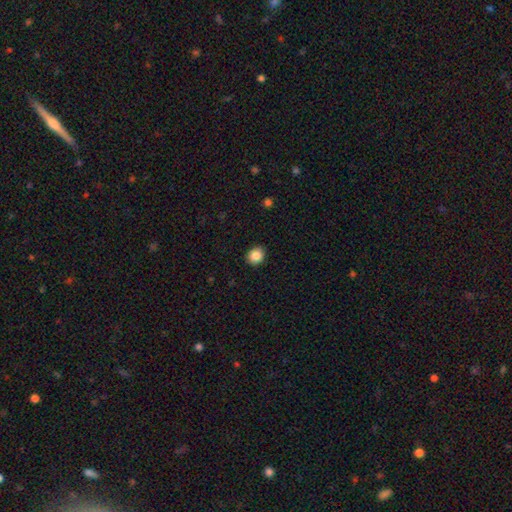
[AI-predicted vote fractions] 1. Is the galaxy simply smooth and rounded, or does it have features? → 86% smooth, 9% star or artifact, 5% featured or disk.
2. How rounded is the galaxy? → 72% round, 27% in between, 1% cigar-shaped.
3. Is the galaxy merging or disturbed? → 91% none, 7% minor disturbance, 2% major disturbance, 1% merger.